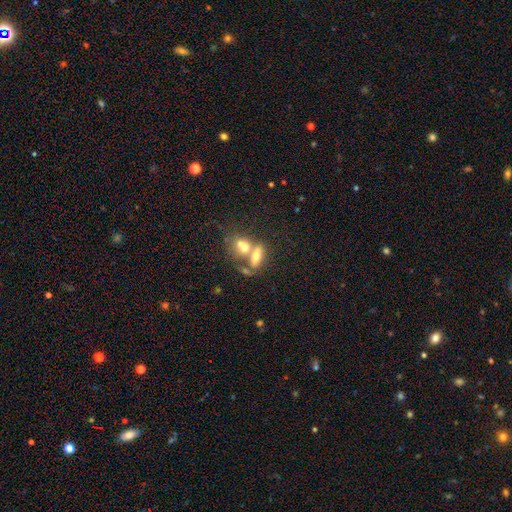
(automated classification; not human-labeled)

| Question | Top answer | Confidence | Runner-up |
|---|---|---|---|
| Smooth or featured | smooth | 62% | featured or disk (28%) |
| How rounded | in between | 75% | cigar-shaped (14%) |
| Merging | merger | 59% | none (28%) |